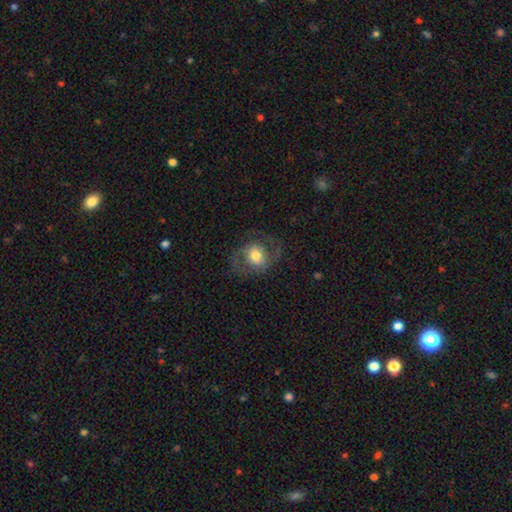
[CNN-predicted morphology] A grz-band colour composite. It shows a featured or disk galaxy (47%). Merging: none (67%).